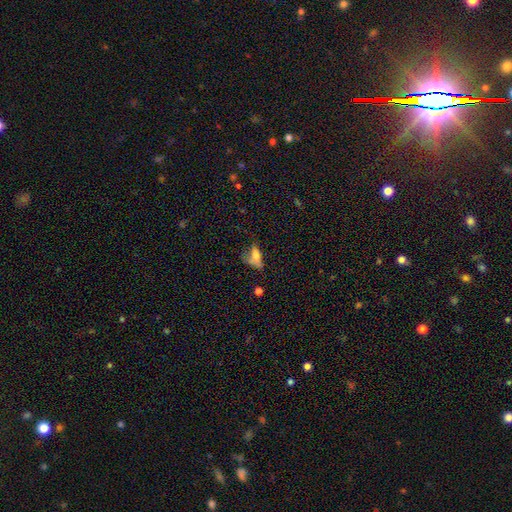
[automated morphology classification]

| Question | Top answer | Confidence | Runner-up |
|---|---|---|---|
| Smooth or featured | smooth | 64% | featured or disk (23%) |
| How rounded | in between | 72% | cigar-shaped (21%) |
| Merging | major disturbance | 36% | none (29%) |